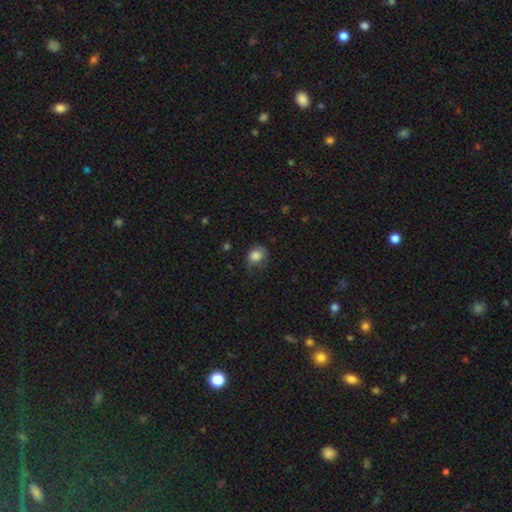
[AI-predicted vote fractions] A smooth galaxy with no disk features (79%) that is round (63%).

Vote fractions:
- Smooth or featured? smooth: 79% / featured or disk: 12% / star or artifact: 9%
- How rounded? round: 63% / in between: 36% / cigar-shaped: 1%
- Merging? none: 54% / minor disturbance: 30% / major disturbance: 14% / merger: 1%